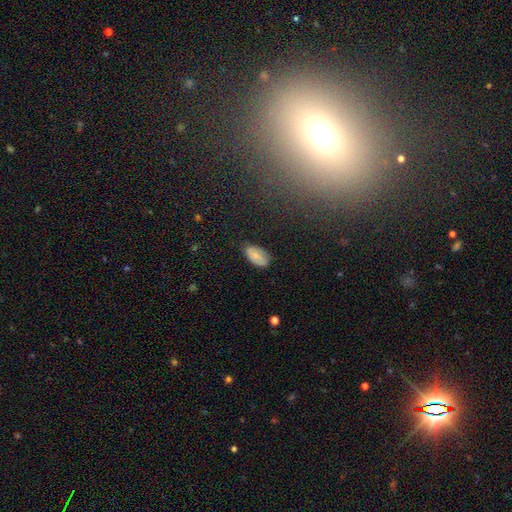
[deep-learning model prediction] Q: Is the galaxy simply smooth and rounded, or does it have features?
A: smooth — 71%.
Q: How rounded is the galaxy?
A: in between — 94%.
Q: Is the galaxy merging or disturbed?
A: none — 77%.